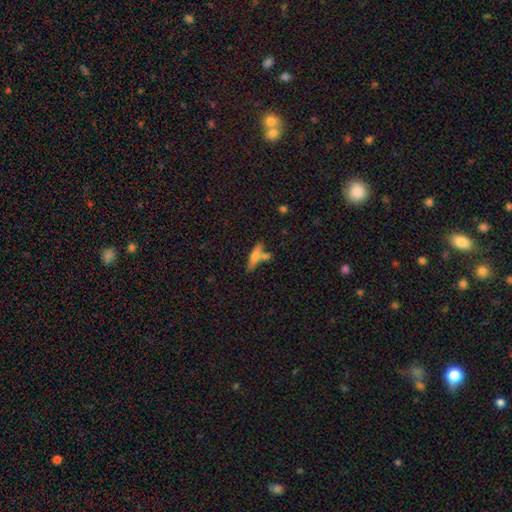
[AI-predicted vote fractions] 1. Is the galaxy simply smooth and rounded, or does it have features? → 61% smooth, 32% featured or disk, 8% star or artifact.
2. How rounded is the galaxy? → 77% cigar-shaped, 21% in between, 3% round.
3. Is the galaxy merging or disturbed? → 58% none, 24% merger, 13% minor disturbance, 4% major disturbance.